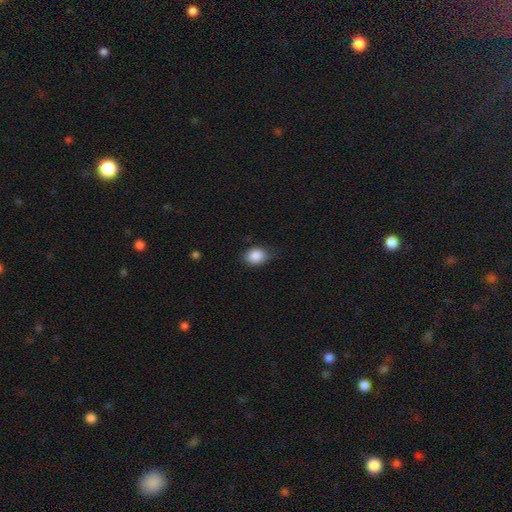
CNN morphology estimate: This is clearly a smooth galaxy (87%). How rounded: possibly in between (56%). Merging: likely none (70%).